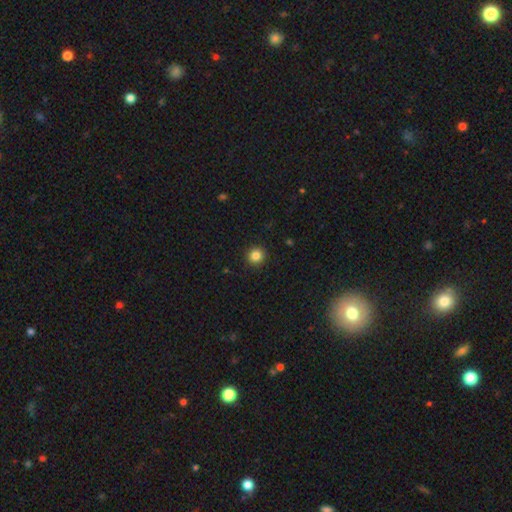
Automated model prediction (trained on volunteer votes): A smooth galaxy with no disk features (84%) that is round (94%).

Vote fractions:
- Smooth or featured? smooth: 84% / star or artifact: 11% / featured or disk: 5%
- How rounded? round: 94% / in between: 5% / cigar-shaped: 1%
- Merging? none: 92% / minor disturbance: 5% / major disturbance: 2% / merger: 1%